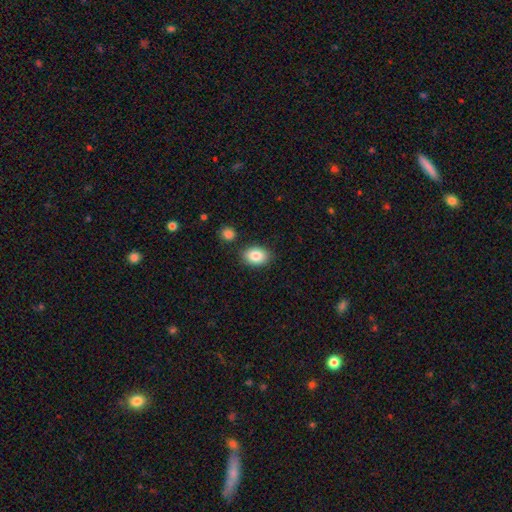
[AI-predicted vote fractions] Morphology: type=smooth (85%); roundness=in between (79%); merging=none (84%).